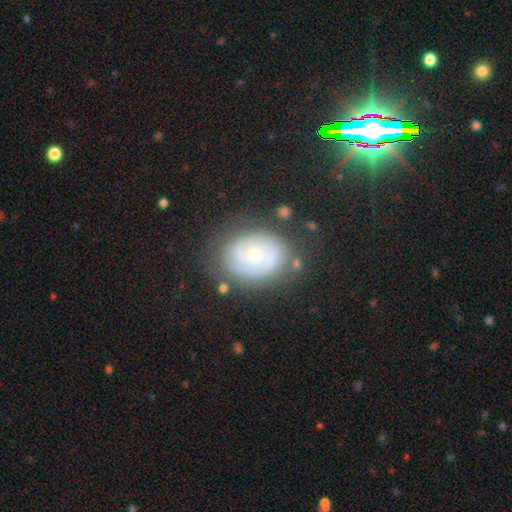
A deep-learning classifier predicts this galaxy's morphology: Overall: featured or disk (69%). Edge-on disk: no (96%). Bar: no (75%). Spiral arms: yes (66%; no 34%). Bulge size: moderate (58%; small 37%). Merging: none (68%).